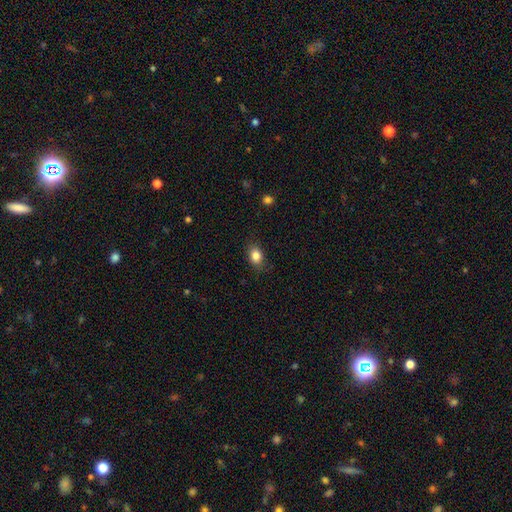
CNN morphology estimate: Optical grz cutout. It shows a smooth galaxy with no disk features (85%) that is in between round and cigar-shaped (67%). Merging: none (84%).